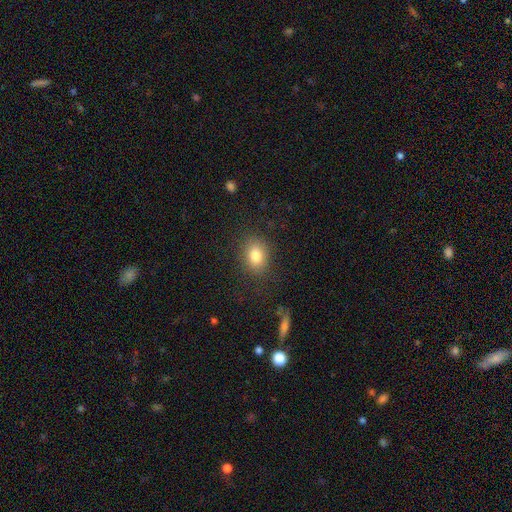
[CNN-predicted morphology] smooth_or_featured: smooth (p=0.81) [alt: star or artifact p=0.10]
how_rounded: in between (p=0.56) [alt: round p=0.43]
merging: none (p=0.85) [alt: minor disturbance p=0.10]